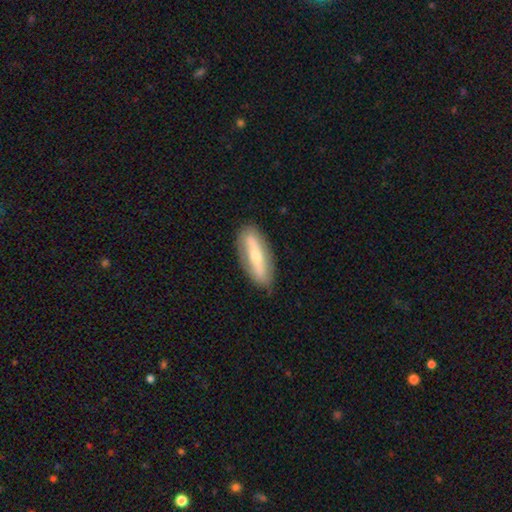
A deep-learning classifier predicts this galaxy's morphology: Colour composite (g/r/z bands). It shows a featured or disk galaxy (48%). Merging: none (84%).